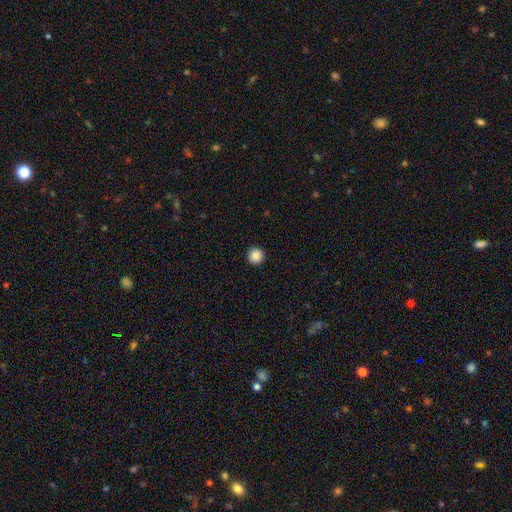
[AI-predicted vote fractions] Smooth or featured? Predicted: smooth (p=0.87). How rounded? Predicted: round (p=0.96). Merging? Predicted: none (p=0.94).